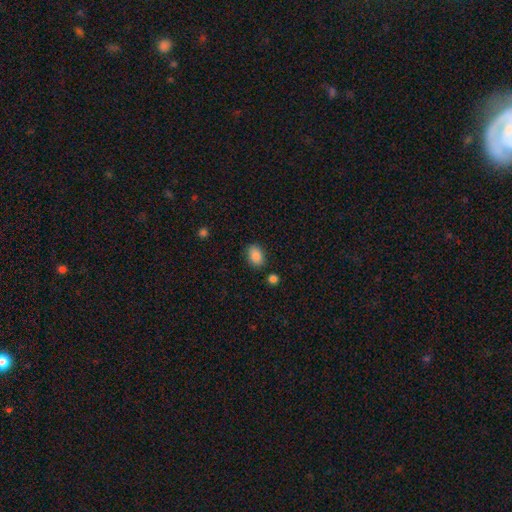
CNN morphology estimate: Smooth or featured: smooth — 88% (star or artifact — 8%)
How rounded: in between — 84% (round — 15%)
Merging: none — 83% (minor disturbance — 11%)